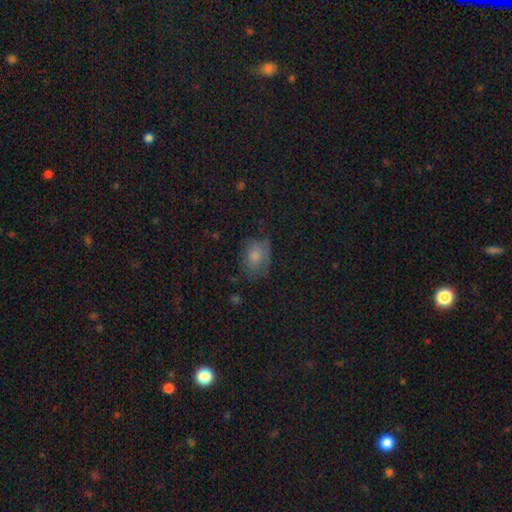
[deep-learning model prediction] Smooth or featured? smooth (73%)
How rounded? in between (67%)
Merging? none (54%)